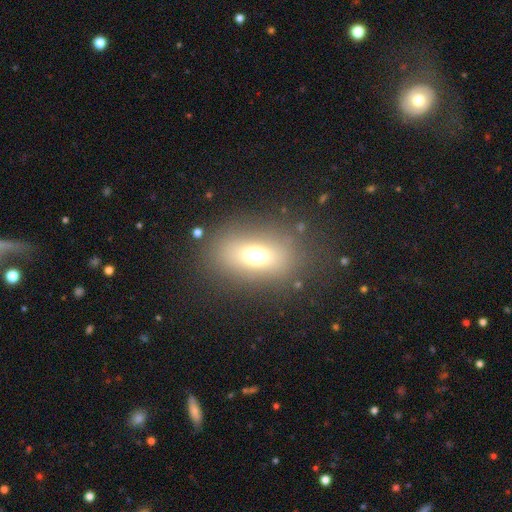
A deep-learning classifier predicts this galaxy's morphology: The model was most divided on "how rounded": in between: 70%, round: 27%, cigar-shaped: 3%. More confident: merging — none (80%); smooth or featured — smooth (66%).